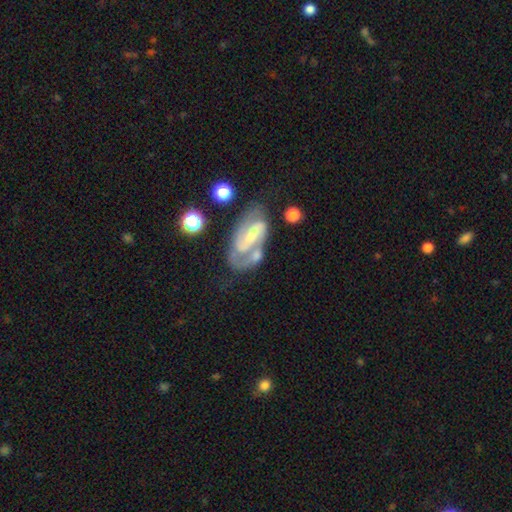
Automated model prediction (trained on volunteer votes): smooth_or_featured: featured or disk (p=0.79) [alt: smooth p=0.14]
disk_edge_on: no (p=0.95) [alt: yes p=0.05]
bar: weak (p=0.40) [alt: strong p=0.36]
has_spiral_arms: yes (p=0.91) [alt: no p=0.09]
spiral_winding: medium (p=0.52) [alt: tight p=0.28]
spiral_arm_count: 2 (p=0.83) [alt: can't tell p=0.08]
bulge_size: small (p=0.53) [alt: moderate p=0.29]
merging: none (p=0.49) [alt: minor disturbance p=0.20]